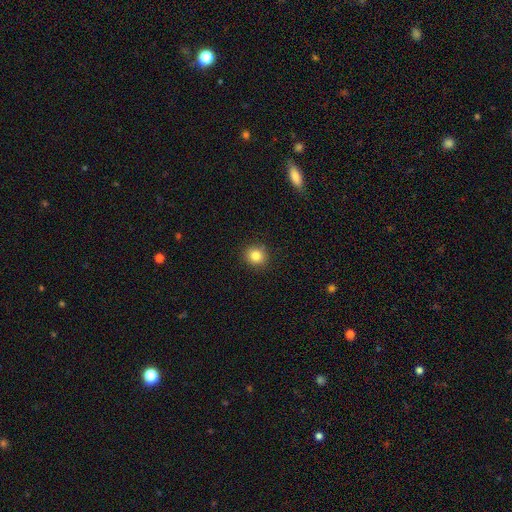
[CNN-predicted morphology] Smooth or featured: smooth — 83% (star or artifact — 11%)
How rounded: round — 87% (in between — 12%)
Merging: none — 91% (minor disturbance — 6%)